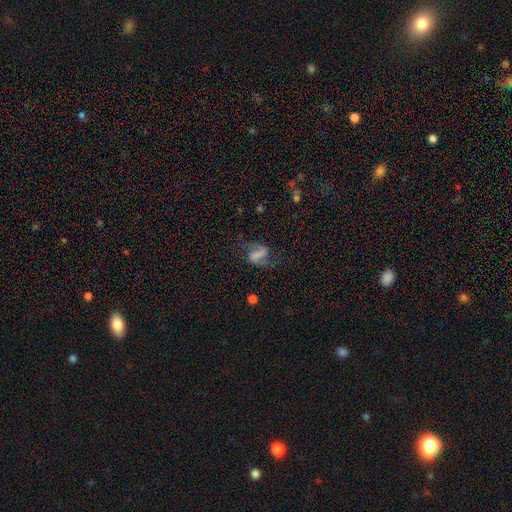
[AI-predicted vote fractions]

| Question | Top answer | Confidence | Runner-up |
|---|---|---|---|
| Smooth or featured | featured or disk | 77% | smooth (13%) |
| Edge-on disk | no | 97% | yes (3%) |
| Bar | strong | 54% | weak (33%) |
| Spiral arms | yes | 92% | no (8%) |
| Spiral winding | loose | 58% | medium (34%) |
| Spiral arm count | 2 | 91% | 1 (4%) |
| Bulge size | none | 60% | small (20%) |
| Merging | none | 69% | minor disturbance (15%) |